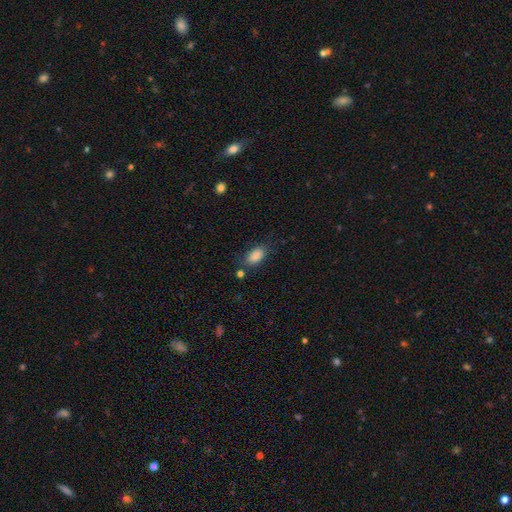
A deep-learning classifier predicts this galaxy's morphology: smooth 88%, star or artifact 8%, featured or disk 5%. Down the decision tree: how rounded — in between (91%); merging — none (75%).